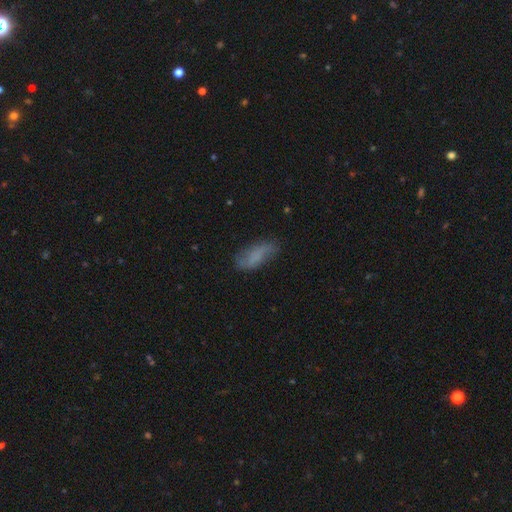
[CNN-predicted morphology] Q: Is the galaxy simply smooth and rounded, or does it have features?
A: smooth — 61%.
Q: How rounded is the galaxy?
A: in between — 72%.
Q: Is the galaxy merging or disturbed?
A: none — 64%.